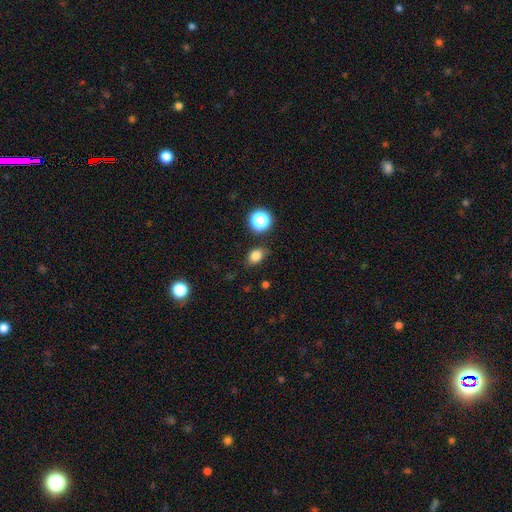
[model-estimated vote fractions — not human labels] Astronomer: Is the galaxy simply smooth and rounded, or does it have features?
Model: smooth — 81%.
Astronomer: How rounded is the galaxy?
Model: in between — 64%.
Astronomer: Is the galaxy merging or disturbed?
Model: none — 81%.